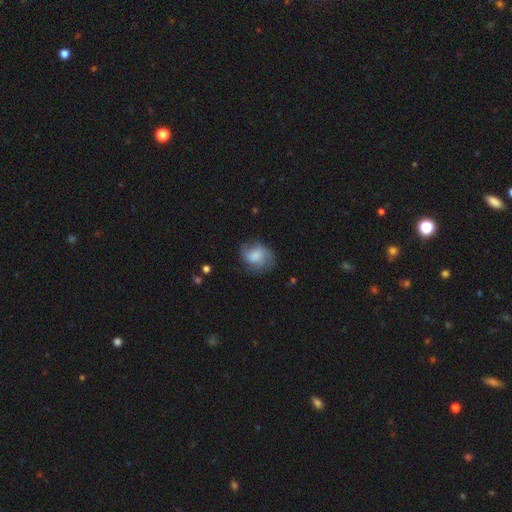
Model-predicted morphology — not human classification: type=smooth (63%); roundness=round (51%); merging=none (59%).